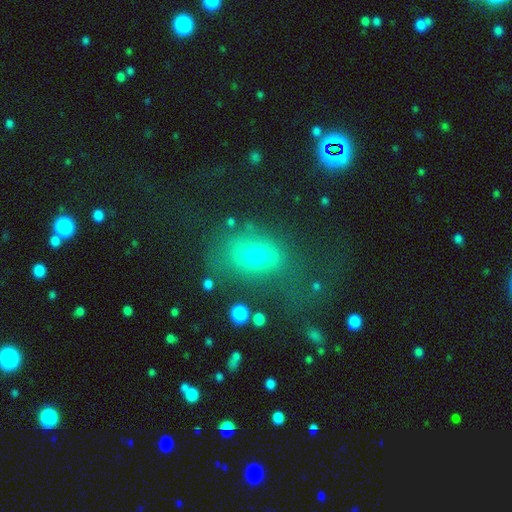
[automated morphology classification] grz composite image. It shows a smooth galaxy with no disk features (66%) that is in between round and cigar-shaped (71%). Merging: none (52%).